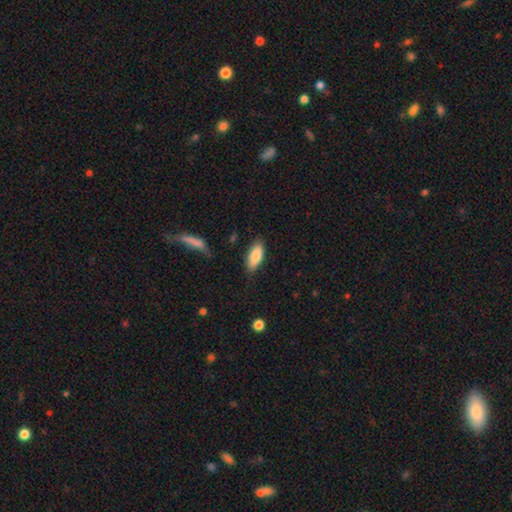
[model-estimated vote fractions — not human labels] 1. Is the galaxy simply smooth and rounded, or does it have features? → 83% smooth, 11% featured or disk, 6% star or artifact.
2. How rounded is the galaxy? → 79% in between, 19% cigar-shaped, 2% round.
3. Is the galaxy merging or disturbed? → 79% none, 15% minor disturbance, 3% major disturbance, 2% merger.